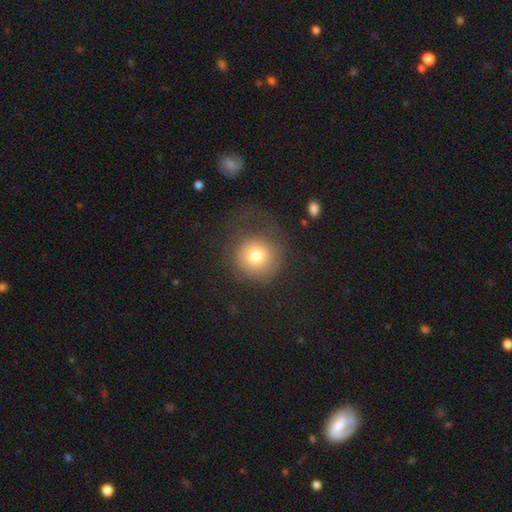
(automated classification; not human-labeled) Morphology: type=smooth (72%); roundness=round (92%); merging=none (55%).